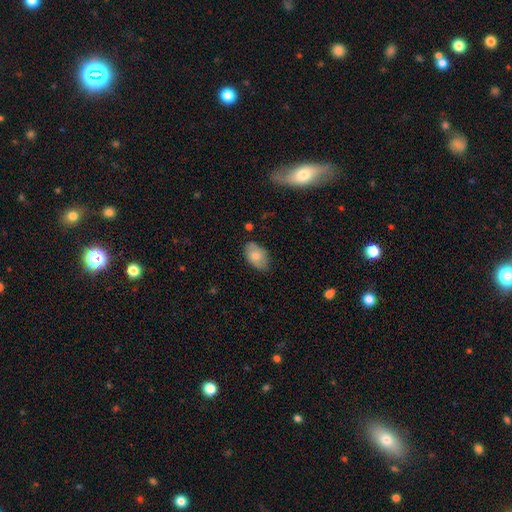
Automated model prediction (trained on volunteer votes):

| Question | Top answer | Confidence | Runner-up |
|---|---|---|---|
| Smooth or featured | smooth | 76% | featured or disk (17%) |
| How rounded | in between | 92% | round (6%) |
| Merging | none | 76% | minor disturbance (19%) |